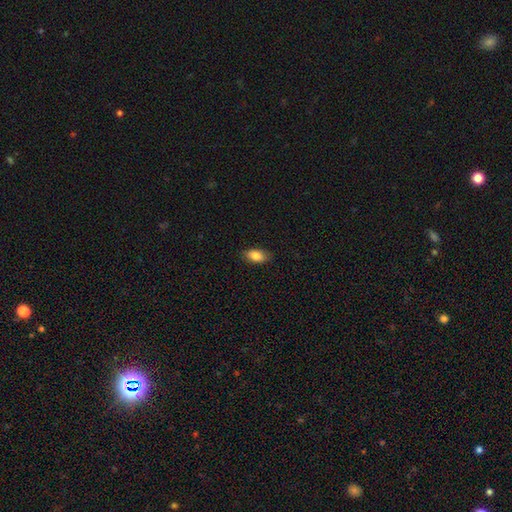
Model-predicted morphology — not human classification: A smooth galaxy with no disk features (86%) that is in between round and cigar-shaped (91%). Merging: none (84%).